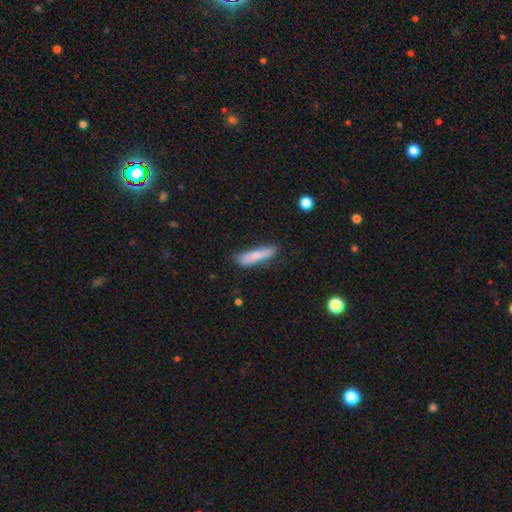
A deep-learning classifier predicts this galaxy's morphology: Smooth or featured: smooth — 73% (featured or disk — 21%)
How rounded: cigar-shaped — 83% (in between — 15%)
Merging: none — 72% (minor disturbance — 21%)